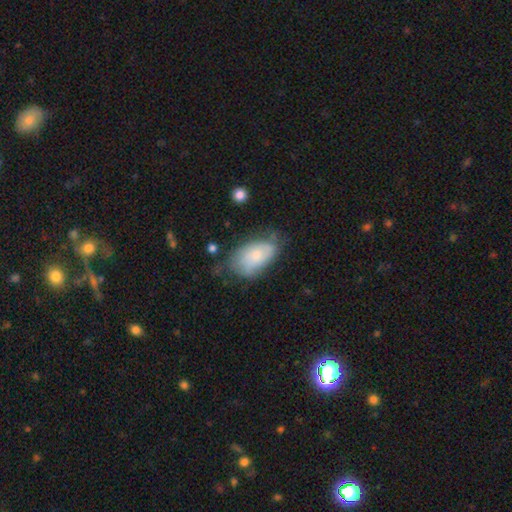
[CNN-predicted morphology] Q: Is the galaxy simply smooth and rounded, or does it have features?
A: smooth — 71%.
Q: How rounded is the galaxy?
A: in between — 93%.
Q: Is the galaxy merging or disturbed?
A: none — 50%.